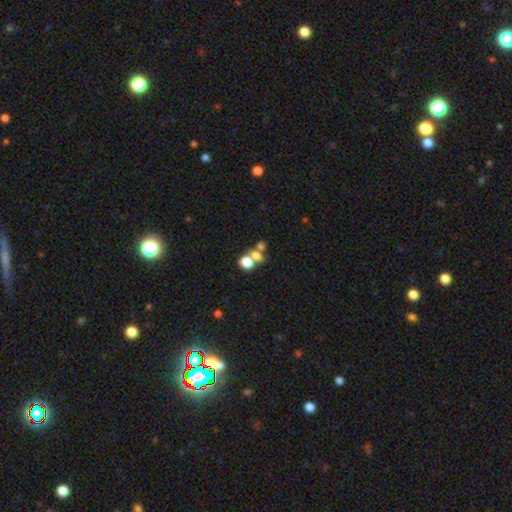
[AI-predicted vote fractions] Smooth or featured: smooth — 66% (star or artifact — 19%)
How rounded: round — 59% (in between — 39%)
Merging: merger — 51% (none — 36%)